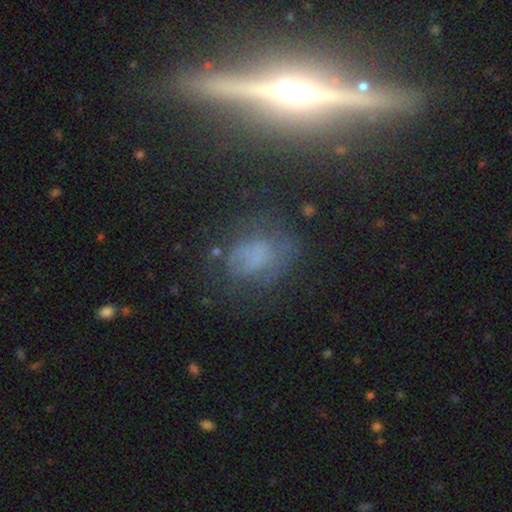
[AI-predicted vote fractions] smooth 45%, featured or disk 30%, star or artifact 26%. Down the decision tree: merging — none (52%).